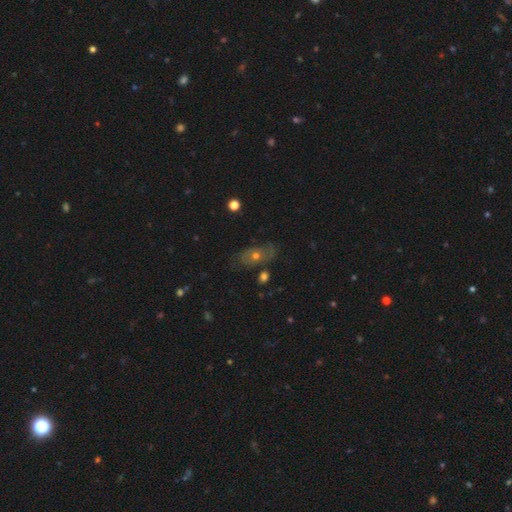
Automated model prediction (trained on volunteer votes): A featured or disk galaxy (46%). Merging: none (69%).